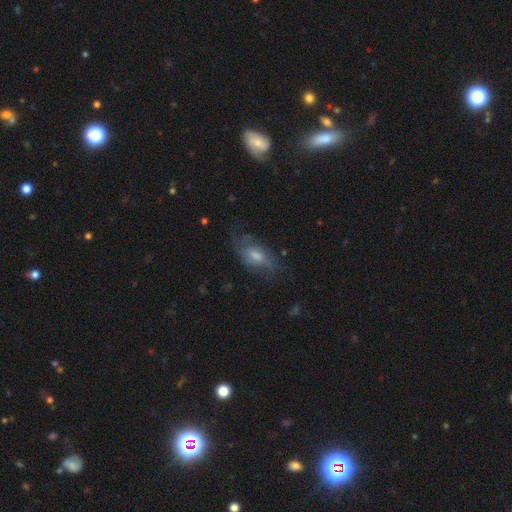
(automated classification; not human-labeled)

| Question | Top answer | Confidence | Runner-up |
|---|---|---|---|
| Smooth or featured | featured or disk | 50% | smooth (37%) |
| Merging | none | 58% | minor disturbance (23%) |